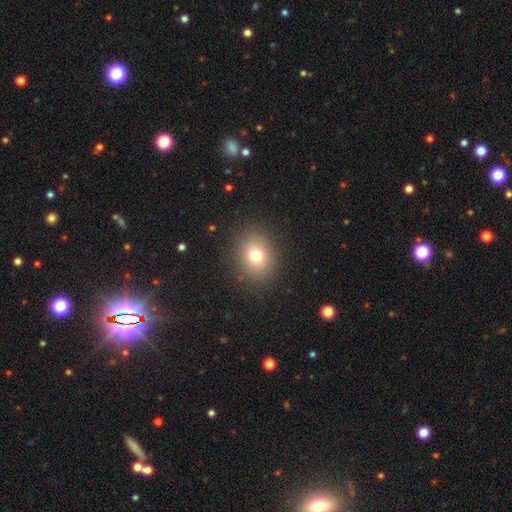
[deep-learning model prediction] This appears to be a smooth galaxy with no disk features (76%) that is round (54%). Merging: none (88%).